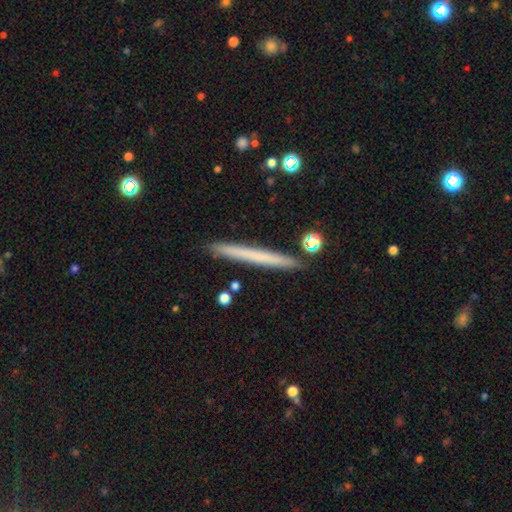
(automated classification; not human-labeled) This appears to be a smooth galaxy with no disk features (56%) that is cigar-shaped (97%). Merging: none (91%).